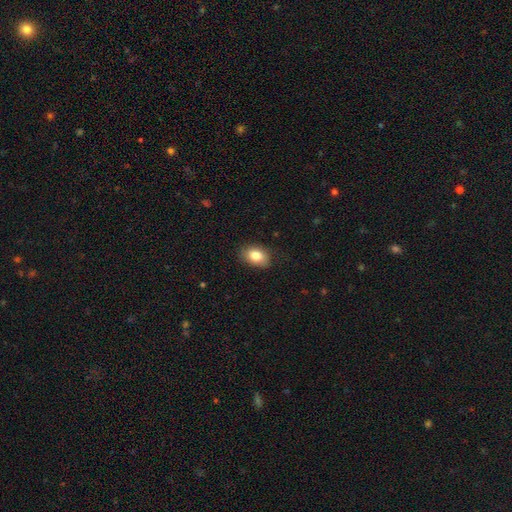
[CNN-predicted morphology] Smooth or featured?
  - smooth: 84% *
  - featured or disk: 8%
  - star or artifact: 8%
How rounded?
  - in between: 82% *
  - round: 17%
  - cigar-shaped: 1%
Merging?
  - none: 84% *
  - minor disturbance: 13%
  - major disturbance: 3%
  - merger: 1%